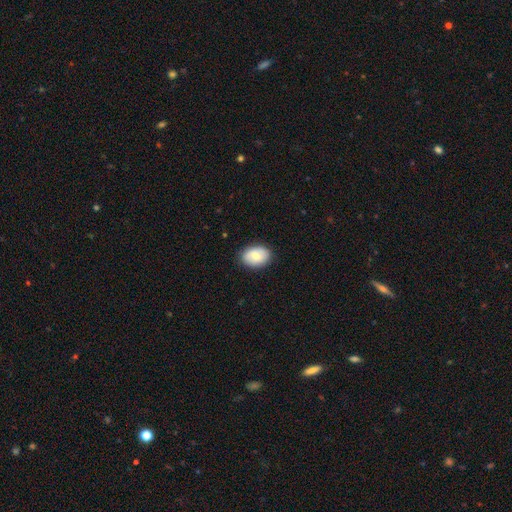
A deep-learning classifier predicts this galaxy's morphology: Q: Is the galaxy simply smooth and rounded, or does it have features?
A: smooth — 77%.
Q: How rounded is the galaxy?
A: in between — 81%.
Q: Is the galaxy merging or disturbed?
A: none — 86%.